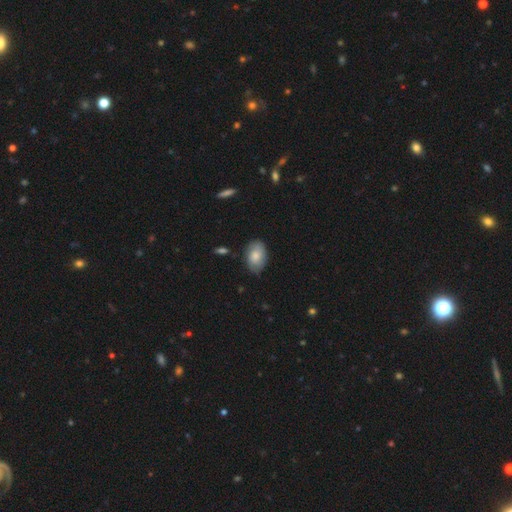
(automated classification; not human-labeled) This is likely a smooth galaxy (76%). How rounded: clearly in between (87%). Merging: likely none (76%).